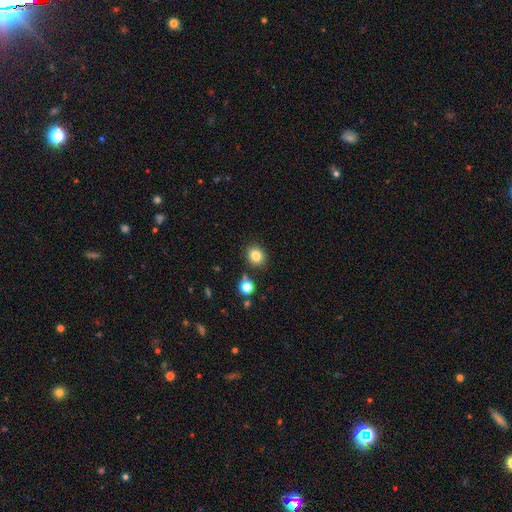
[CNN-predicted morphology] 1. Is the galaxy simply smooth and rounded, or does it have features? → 82% smooth, 11% star or artifact, 6% featured or disk.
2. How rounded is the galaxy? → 72% round, 27% in between, 1% cigar-shaped.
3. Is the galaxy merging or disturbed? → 83% none, 9% minor disturbance, 6% merger, 3% major disturbance.